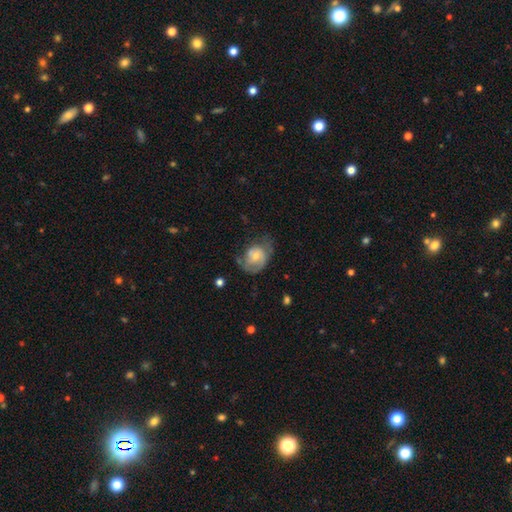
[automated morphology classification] Smooth or featured? featured or disk (55%)
Edge-on disk? no (97%)
Bar? no (65%)
Spiral arms? yes (74%)
Bulge size? small (50%)
Merging? none (38%)